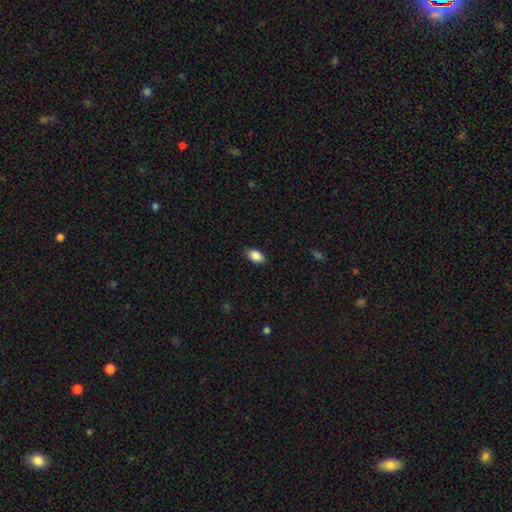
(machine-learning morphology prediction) Smooth or featured: smooth — 88% (star or artifact — 7%)
How rounded: in between — 91% (round — 8%)
Merging: none — 87% (minor disturbance — 10%)